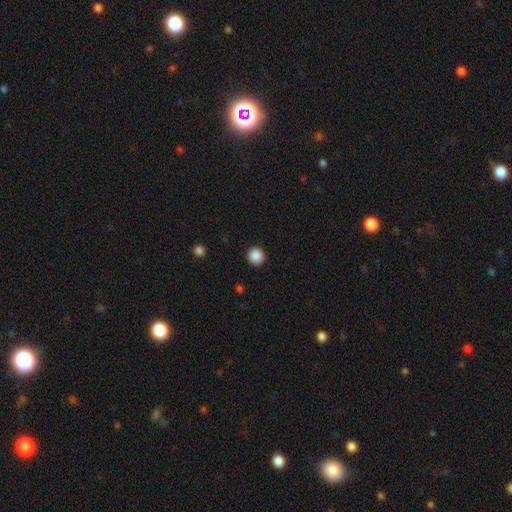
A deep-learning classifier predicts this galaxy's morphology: smooth-or-featured: smooth: 88% | star or artifact: 9% | featured or disk: 3%
  how-rounded: round: 93% | in between: 6% | cigar-shaped: 1%
  merging: none: 93% | minor disturbance: 5% | major disturbance: 2% | merger: 1%